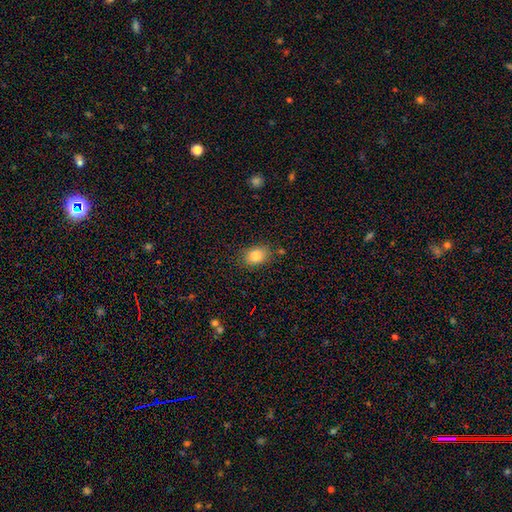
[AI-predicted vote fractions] The model was most divided on "how rounded": in between: 72%, round: 27%, cigar-shaped: 1%. More confident: smooth or featured — smooth (83%); merging — none (82%).